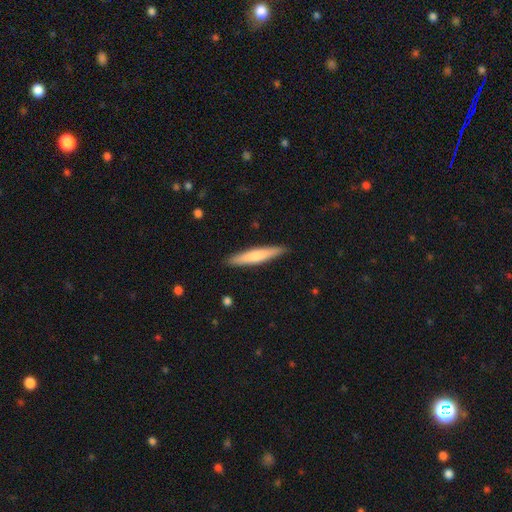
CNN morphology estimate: type=smooth (66%); roundness=cigar-shaped (91%); merging=none (90%).